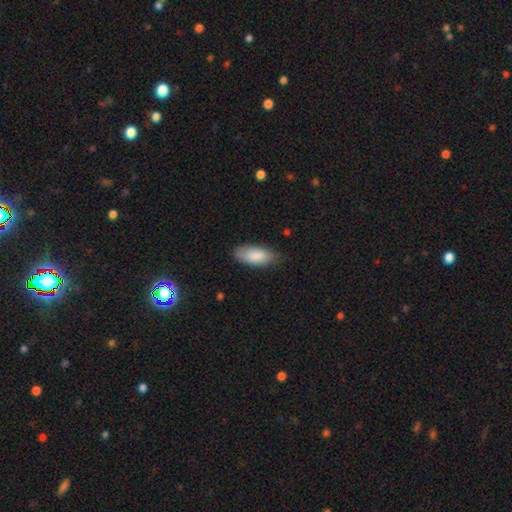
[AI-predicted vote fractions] Morphology: type=smooth (86%); roundness=in between (86%); merging=none (76%).